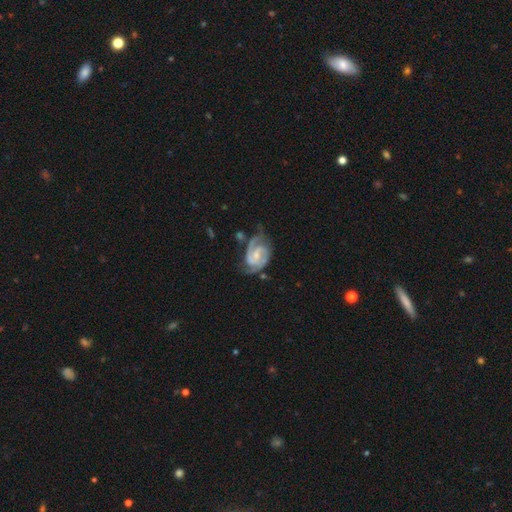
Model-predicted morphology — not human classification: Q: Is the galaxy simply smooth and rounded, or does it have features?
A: featured or disk — 90%.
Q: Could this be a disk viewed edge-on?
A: no — 98%.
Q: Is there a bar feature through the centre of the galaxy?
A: weak — 46%.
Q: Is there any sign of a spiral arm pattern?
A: yes — 98%.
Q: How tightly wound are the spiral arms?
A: tight — 50%.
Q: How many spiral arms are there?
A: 2 — 78%.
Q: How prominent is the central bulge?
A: small — 51%.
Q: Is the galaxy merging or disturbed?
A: none — 57%.